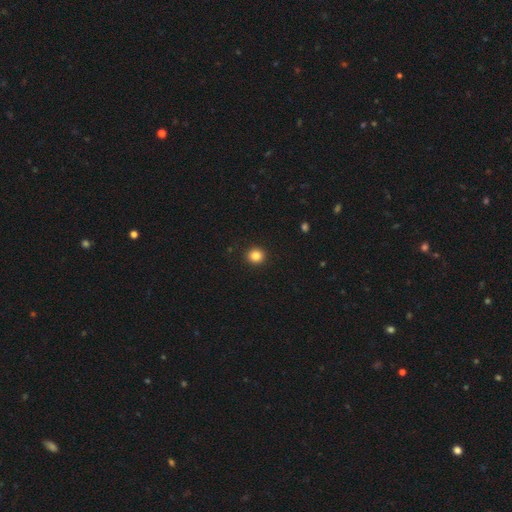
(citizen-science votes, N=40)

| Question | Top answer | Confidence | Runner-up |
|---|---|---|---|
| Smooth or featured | smooth | 85% | featured or disk (8%) |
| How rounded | round | 94% | in between (6%) |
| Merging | none | 92% | minor disturbance (8%) |